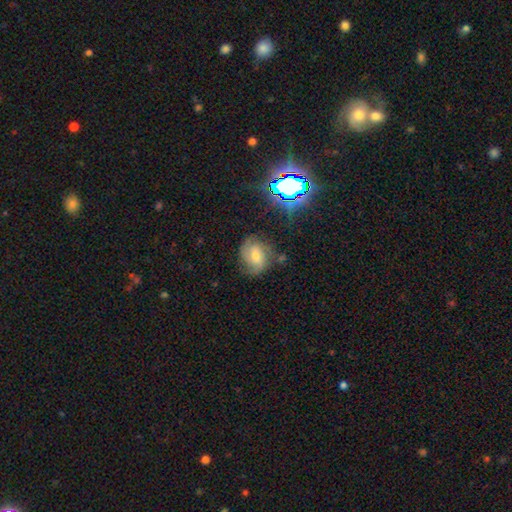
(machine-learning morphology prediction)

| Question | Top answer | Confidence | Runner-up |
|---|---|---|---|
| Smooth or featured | featured or disk | 57% | smooth (22%) |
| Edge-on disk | no | 96% | yes (4%) |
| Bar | no | 44% | weak (43%) |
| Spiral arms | yes | 90% | no (10%) |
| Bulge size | moderate | 55% | small (38%) |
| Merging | none | 68% | minor disturbance (21%) |